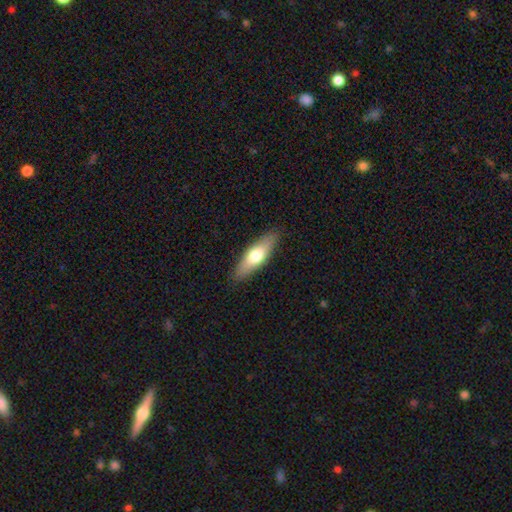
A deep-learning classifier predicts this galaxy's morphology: Q: Smooth or featured?
A: smooth (63%); runner-up: featured or disk (31%)
Q: How rounded?
A: in between (50%); runner-up: cigar-shaped (48%)
Q: Merging?
A: none (88%); runner-up: minor disturbance (9%)